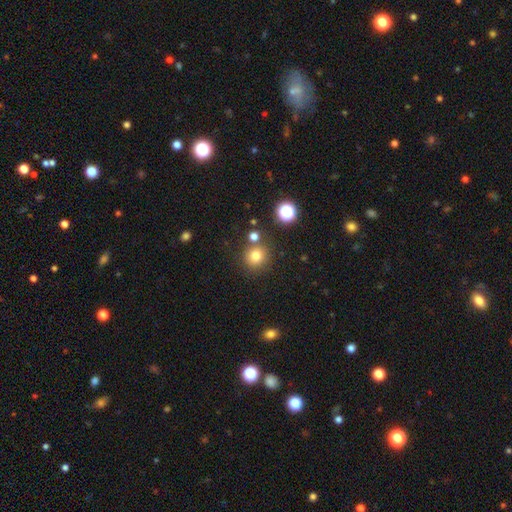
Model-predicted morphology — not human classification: Smooth or featured? Predicted: smooth (p=0.78). How rounded? Predicted: round (p=0.90). Merging? Predicted: none (p=0.76).